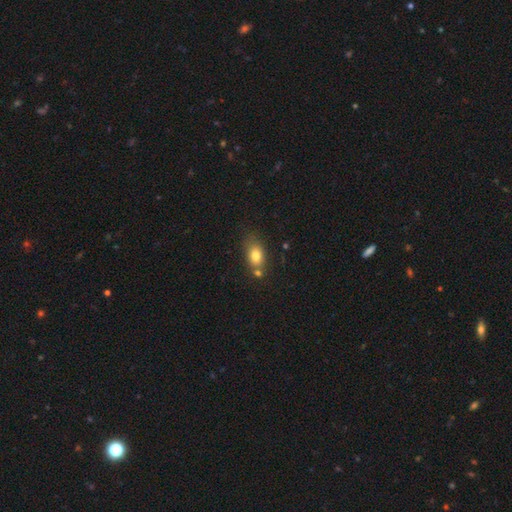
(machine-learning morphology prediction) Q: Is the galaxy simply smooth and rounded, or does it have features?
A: smooth — 80%.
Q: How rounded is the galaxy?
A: in between — 80%.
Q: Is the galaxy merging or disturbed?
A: none — 58%.